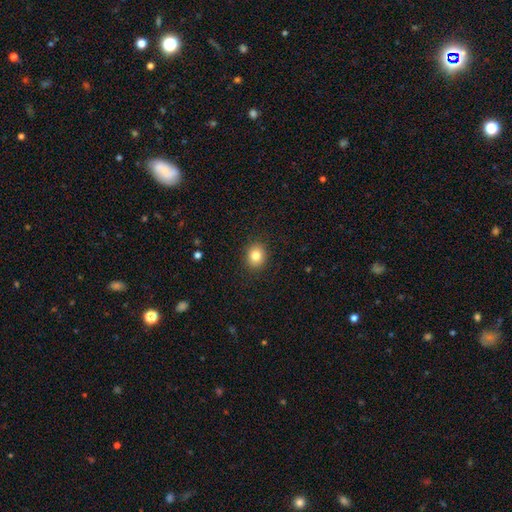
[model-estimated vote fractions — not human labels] This is clearly a smooth galaxy (82%). How rounded: likely round (71%). Merging: clearly none (90%).